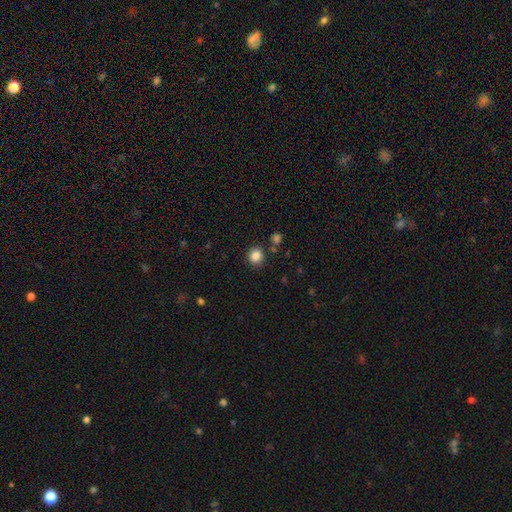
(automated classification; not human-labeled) A smooth galaxy with no disk features (85%) that is round (84%).

Vote fractions:
- Smooth or featured? smooth: 85% / star or artifact: 11% / featured or disk: 4%
- How rounded? round: 84% / in between: 15% / cigar-shaped: 1%
- Merging? none: 85% / minor disturbance: 8% / merger: 5% / major disturbance: 3%